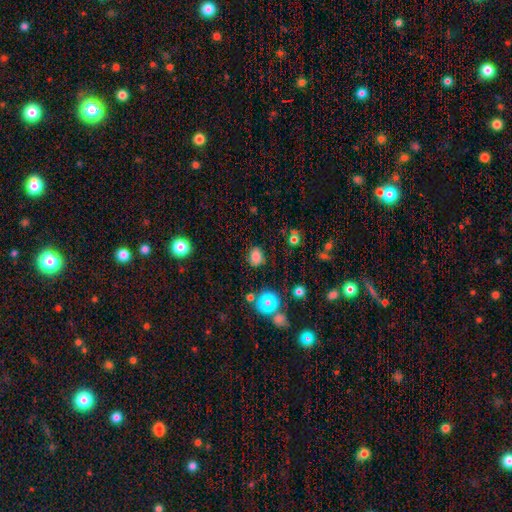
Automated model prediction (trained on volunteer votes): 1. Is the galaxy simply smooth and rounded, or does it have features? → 78% smooth, 16% star or artifact, 5% featured or disk.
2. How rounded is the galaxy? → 54% round, 45% in between, 1% cigar-shaped.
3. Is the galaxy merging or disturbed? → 79% none, 14% minor disturbance, 4% major disturbance, 3% merger.